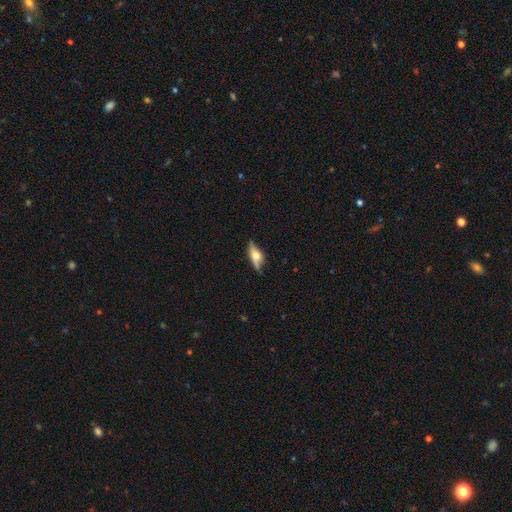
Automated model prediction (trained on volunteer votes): Overall: featured or disk (57%; smooth 36%). Edge-on disk: yes (89%). Edge-on bulge: rounded (92%). Merging: none (73%).